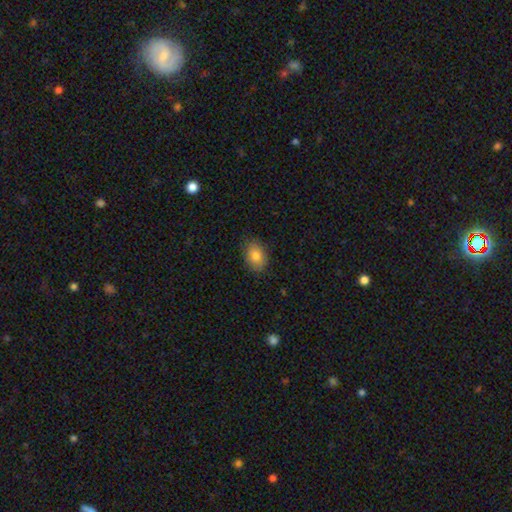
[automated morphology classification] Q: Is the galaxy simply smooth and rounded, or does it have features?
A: smooth — 82%.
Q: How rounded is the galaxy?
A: in between — 77%.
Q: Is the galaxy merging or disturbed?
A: none — 83%.